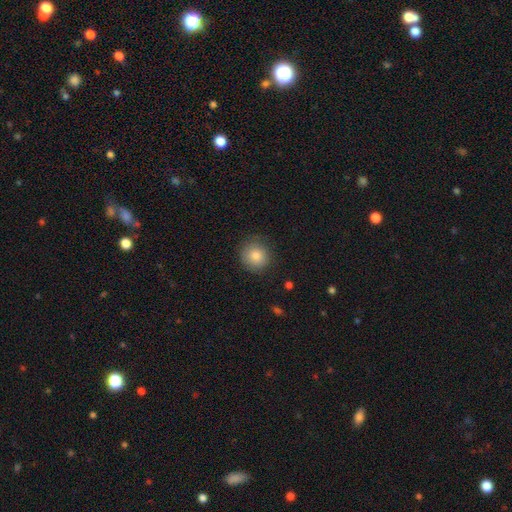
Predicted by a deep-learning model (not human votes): Smooth or featured?
  - smooth: 83% *
  - star or artifact: 10%
  - featured or disk: 7%
How rounded?
  - round: 92% *
  - in between: 7%
  - cigar-shaped: 1%
Merging?
  - none: 86% *
  - minor disturbance: 11%
  - major disturbance: 3%
  - merger: 1%